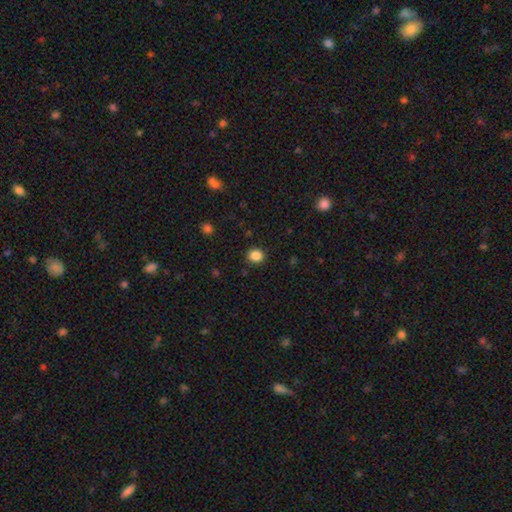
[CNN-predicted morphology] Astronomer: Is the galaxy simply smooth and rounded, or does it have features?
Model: smooth — 86%.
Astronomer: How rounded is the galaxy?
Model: round — 80%.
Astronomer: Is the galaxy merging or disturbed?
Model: none — 90%.